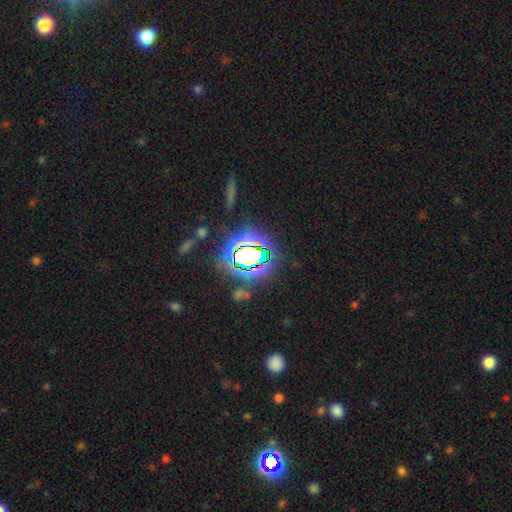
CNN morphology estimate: star or artifact 66%, smooth 22%, featured or disk 12%.